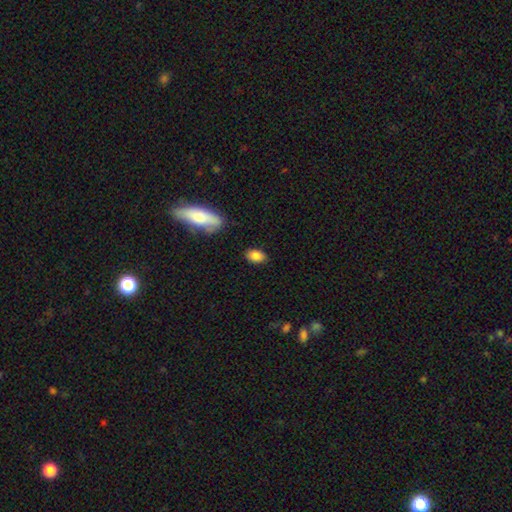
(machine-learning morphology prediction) Smooth or featured? smooth (85%)
How rounded? in between (87%)
Merging? none (85%)